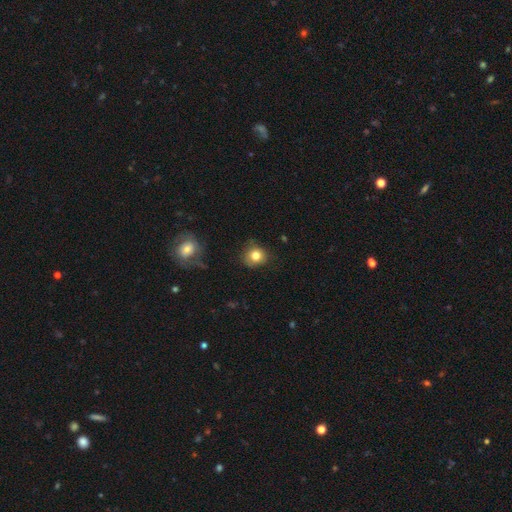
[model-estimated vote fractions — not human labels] A smooth galaxy with no disk features (80%) that is round (84%). Merging: none (75%).